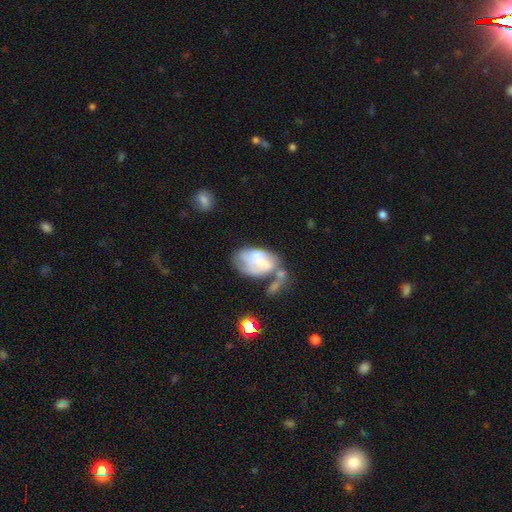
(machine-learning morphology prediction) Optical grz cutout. It shows a featured or disk galaxy (55%) with no bar (65%), no spiral arms (55%) and no central bulge (34%). Merging: merger (32%).